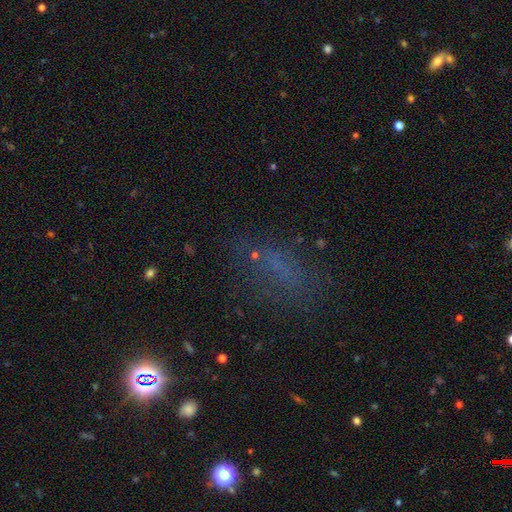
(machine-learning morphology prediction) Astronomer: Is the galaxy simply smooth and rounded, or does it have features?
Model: smooth — 40% (runner-up: star or artifact, 35%).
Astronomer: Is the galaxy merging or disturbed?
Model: none — 53%.